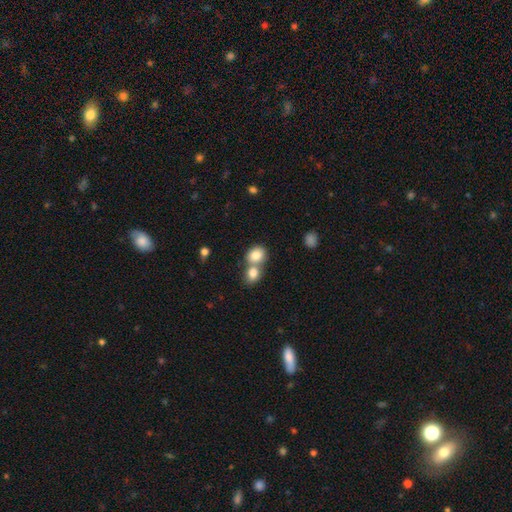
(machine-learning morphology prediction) Q: Smooth or featured?
A: smooth (83%); runner-up: star or artifact (9%)
Q: How rounded?
A: round (61%); runner-up: in between (38%)
Q: Merging?
A: merger (58%); runner-up: none (33%)